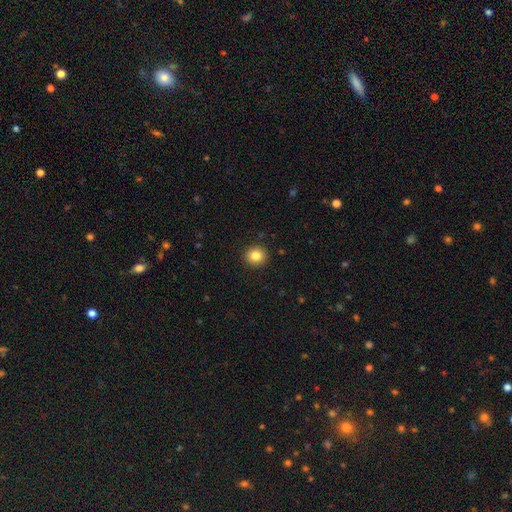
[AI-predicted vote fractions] smooth-or-featured: smooth: 84% | star or artifact: 10% | featured or disk: 6%
  how-rounded: round: 90% | in between: 9% | cigar-shaped: 1%
  merging: none: 92% | minor disturbance: 5% | major disturbance: 2% | merger: 1%